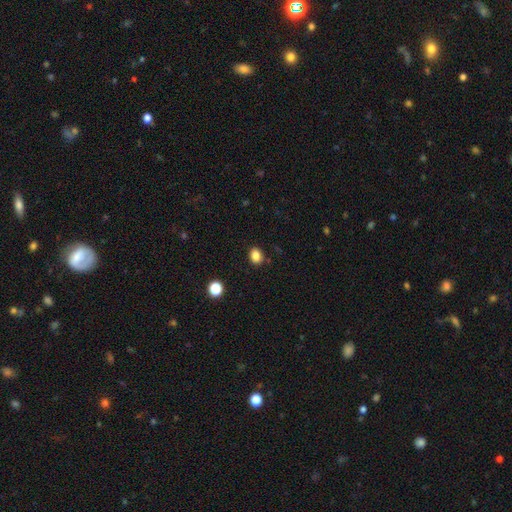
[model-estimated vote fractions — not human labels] This appears to be a smooth galaxy with no disk features (85%) that is in between round and cigar-shaped (51%). Merging: none (86%).